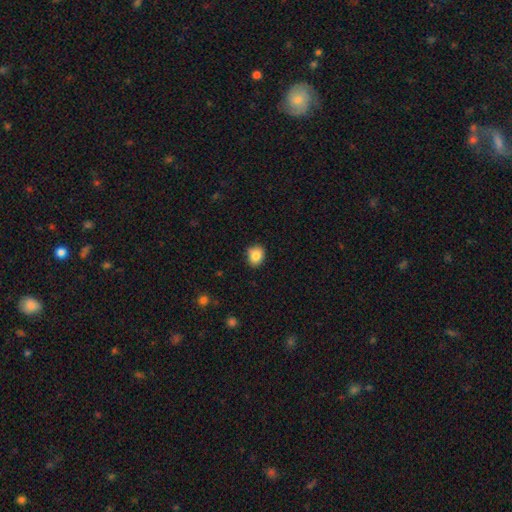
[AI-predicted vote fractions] Overall: smooth (85%). How rounded: round (61%; in between 38%). Merging: none (83%).